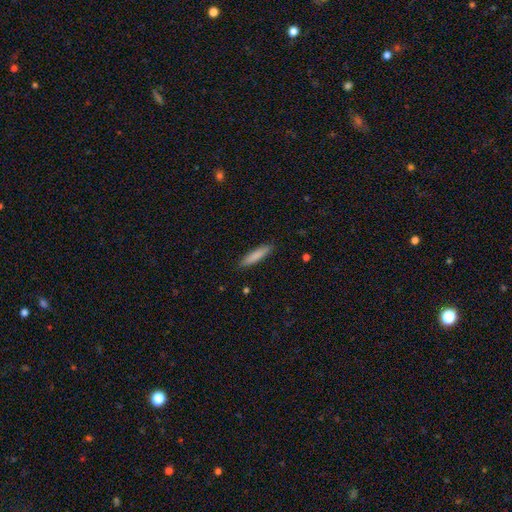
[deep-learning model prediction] Overall: smooth (84%). How rounded: cigar-shaped (85%). Merging: none (89%).